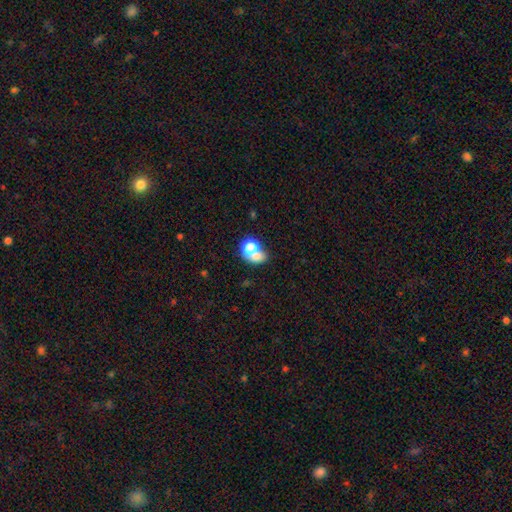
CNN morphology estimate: Smooth or featured? smooth (67%)
How rounded? in between (49%, tied with round)
Merging? merger (56%)